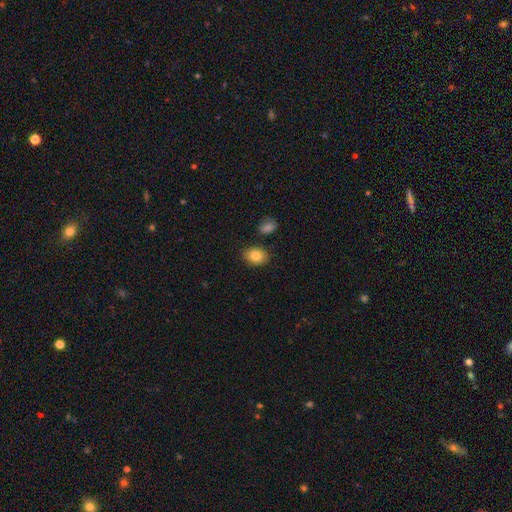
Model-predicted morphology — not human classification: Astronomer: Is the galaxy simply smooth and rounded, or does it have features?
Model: smooth — 83%.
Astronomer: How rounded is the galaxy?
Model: in between — 65%.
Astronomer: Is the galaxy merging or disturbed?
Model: none — 85%.